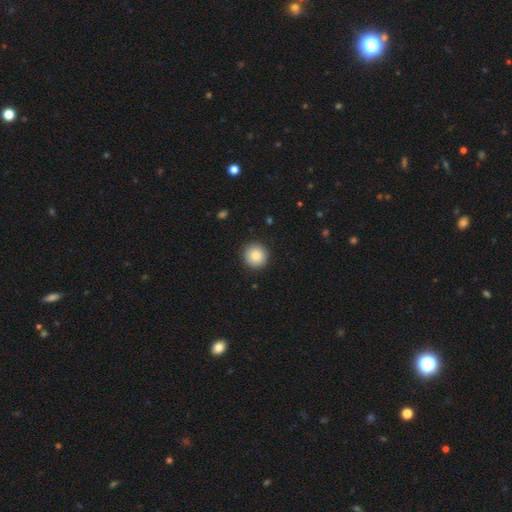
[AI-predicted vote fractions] smooth_or_featured: smooth (p=0.85) [alt: star or artifact p=0.08]
how_rounded: round (p=0.94) [alt: in between p=0.05]
merging: none (p=0.92) [alt: minor disturbance p=0.06]